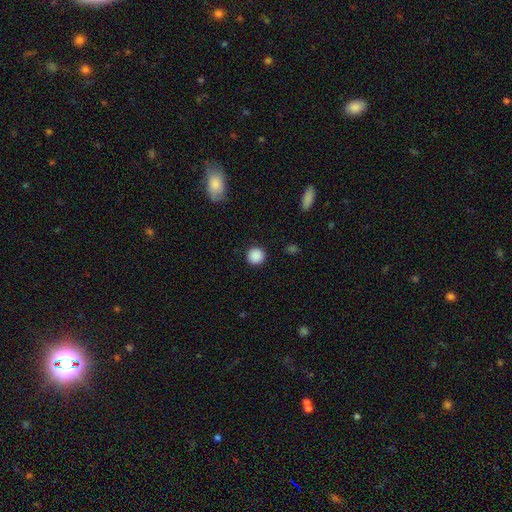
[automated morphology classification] smooth-or-featured: smooth: 88% | star or artifact: 9% | featured or disk: 3%
  how-rounded: round: 95% | in between: 4% | cigar-shaped: 1%
  merging: none: 92% | minor disturbance: 5% | major disturbance: 2% | merger: 1%